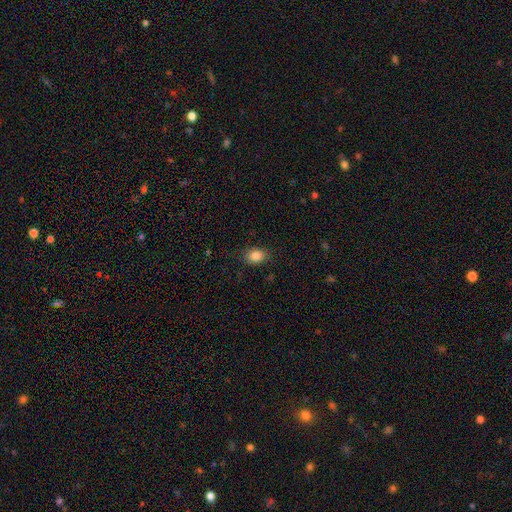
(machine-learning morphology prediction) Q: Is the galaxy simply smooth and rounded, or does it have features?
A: smooth — 86%.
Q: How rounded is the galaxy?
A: in between — 66%.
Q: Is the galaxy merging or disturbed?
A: none — 84%.